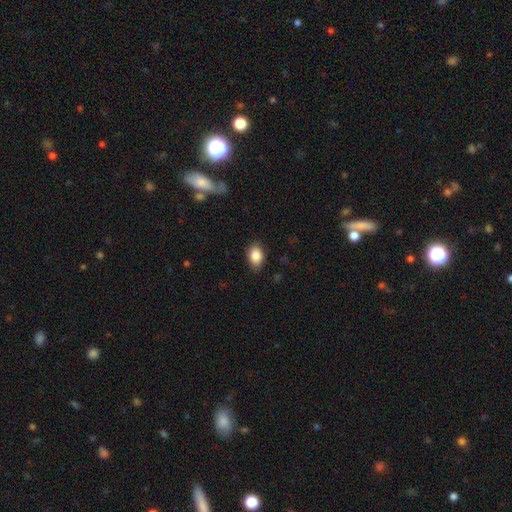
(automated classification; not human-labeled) Smooth or featured?
  - smooth: 86% *
  - star or artifact: 8%
  - featured or disk: 7%
How rounded?
  - in between: 86% *
  - round: 12%
  - cigar-shaped: 2%
Merging?
  - none: 83% *
  - minor disturbance: 13%
  - major disturbance: 3%
  - merger: 1%